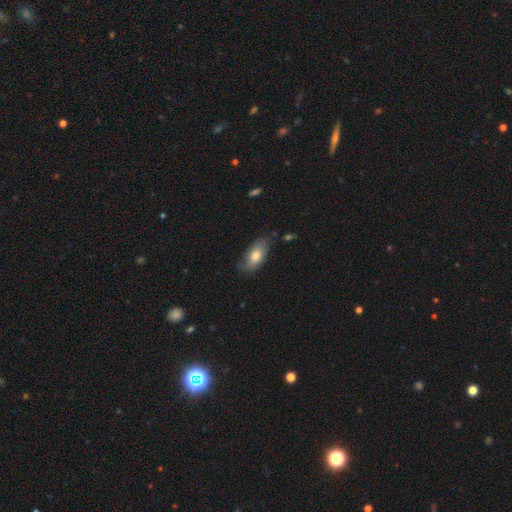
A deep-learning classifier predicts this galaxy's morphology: Smooth or featured: smooth — 74% (featured or disk — 20%)
How rounded: in between — 89% (cigar-shaped — 7%)
Merging: none — 70% (minor disturbance — 23%)